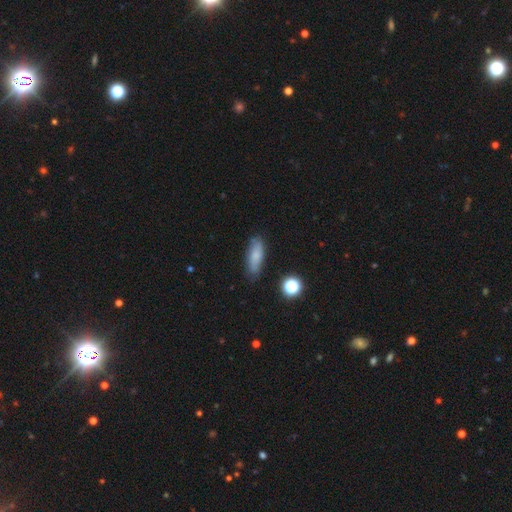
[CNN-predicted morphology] This is likely a smooth galaxy (74%). How rounded: likely in between (61%). Merging: likely none (75%).